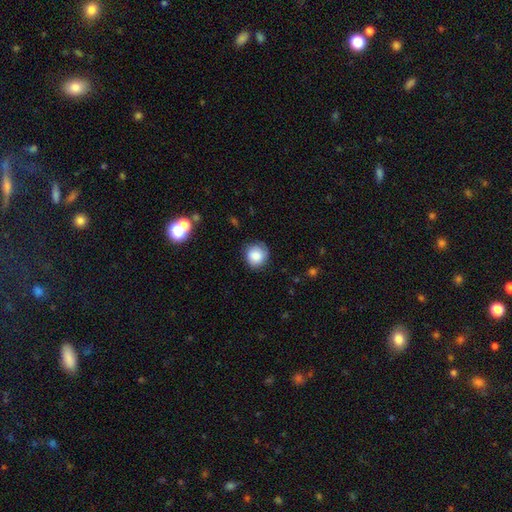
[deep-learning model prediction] The model was most divided on "merging": none: 77%, minor disturbance: 17%, major disturbance: 5%, merger: 1%. More confident: how rounded — round (89%); smooth or featured — smooth (77%).